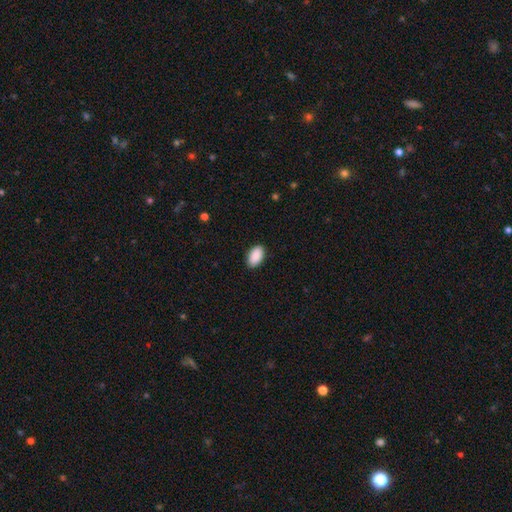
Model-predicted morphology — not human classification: A smooth galaxy with no disk features (91%) that is in between round and cigar-shaped (95%).

Vote fractions:
- Smooth or featured? smooth: 91% / star or artifact: 6% / featured or disk: 3%
- How rounded? in between: 95% / round: 4% / cigar-shaped: 2%
- Merging? none: 89% / minor disturbance: 8% / major disturbance: 2% / merger: 1%